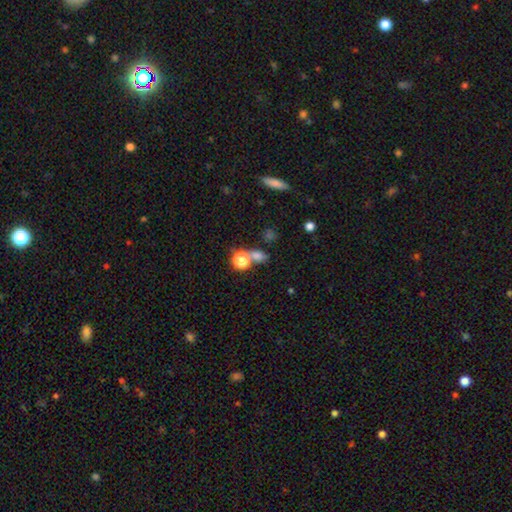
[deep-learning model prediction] smooth 68%, star or artifact 23%, featured or disk 9%. Down the decision tree: how rounded — round (66%); merging — none (54%).